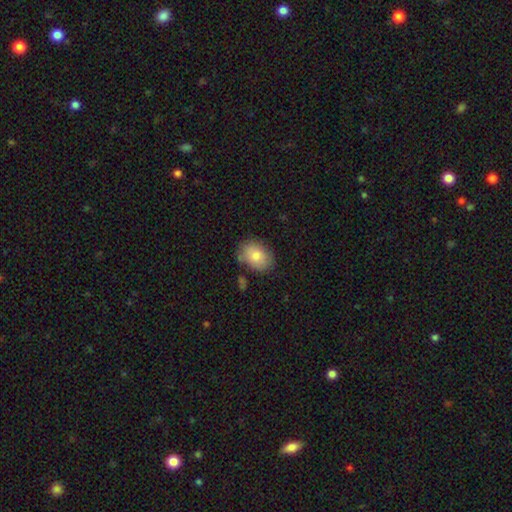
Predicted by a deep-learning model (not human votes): The model was most divided on "how rounded": in between: 75%, round: 24%, cigar-shaped: 1%. More confident: smooth or featured — smooth (81%); merging — none (75%).